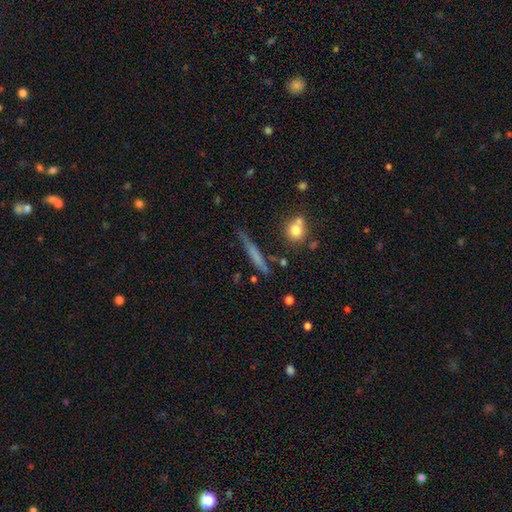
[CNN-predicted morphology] This is possibly a smooth galaxy (54%). How rounded: clearly cigar-shaped (90%). Merging: likely none (71%).